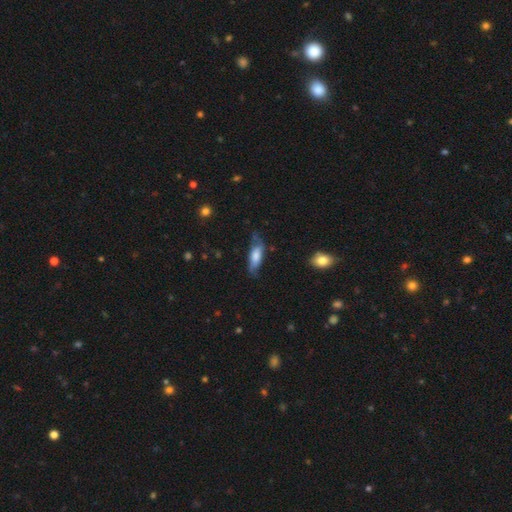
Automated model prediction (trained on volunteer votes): Smooth or featured? smooth (64%)
How rounded? in between (59%)
Merging? none (57%)